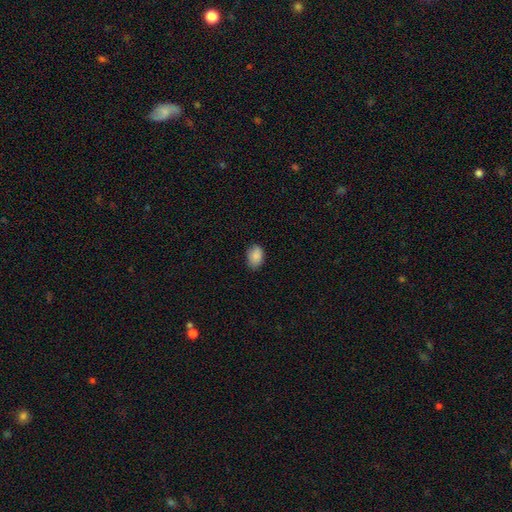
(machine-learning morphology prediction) Smooth or featured? smooth (88%)
How rounded? in between (83%)
Merging? none (78%)